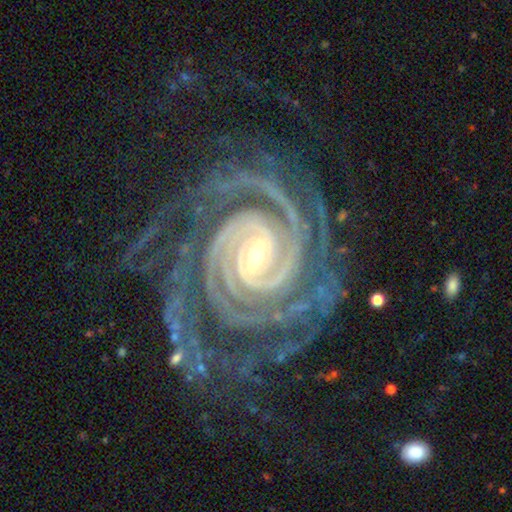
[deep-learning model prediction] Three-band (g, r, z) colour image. It shows a featured or disk galaxy (94%) with a strong bar (44%), 4 (24%) tight (84%) spiral arms (99%) and a small central bulge (66%). Merging: none (71%).